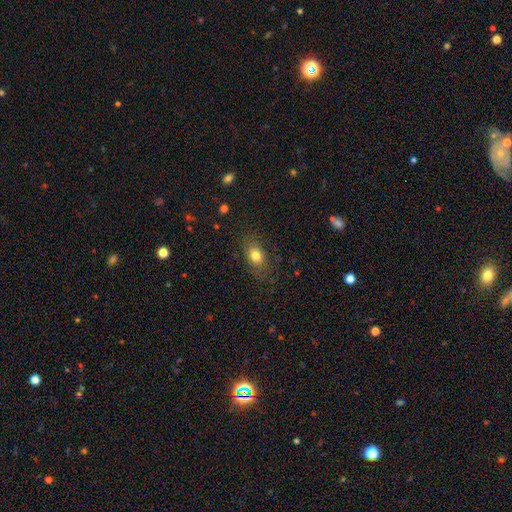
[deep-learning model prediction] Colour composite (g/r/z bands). It shows a smooth galaxy with no disk features (78%) that is in between round and cigar-shaped (71%). Merging: none (79%).